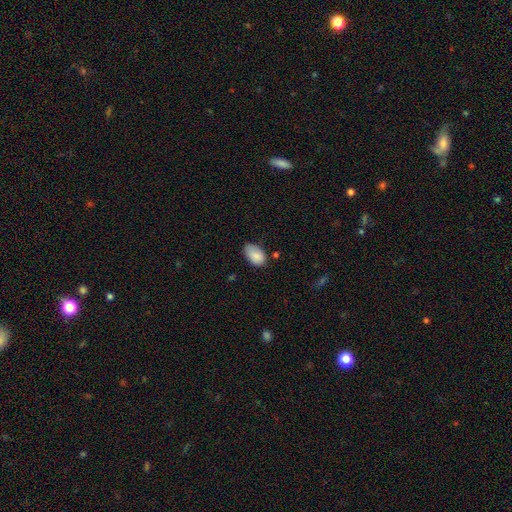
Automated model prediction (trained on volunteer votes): Morphology: type=smooth (86%); roundness=in between (92%); merging=none (61%).